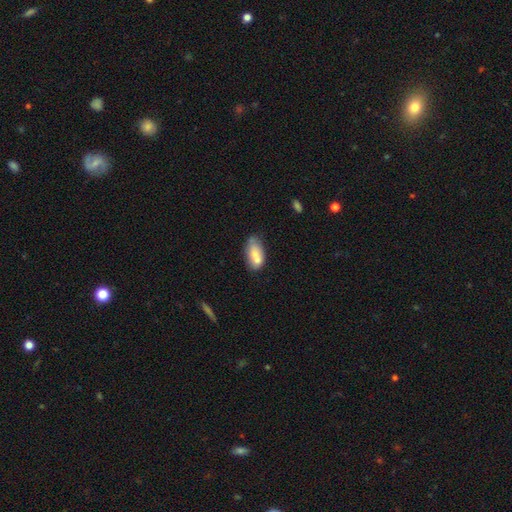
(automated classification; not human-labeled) Smooth or featured?
  - smooth: 71% *
  - featured or disk: 22%
  - star or artifact: 7%
How rounded?
  - in between: 91% *
  - cigar-shaped: 6%
  - round: 3%
Merging?
  - none: 48% *
  - minor disturbance: 26%
  - merger: 18%
  - major disturbance: 8%